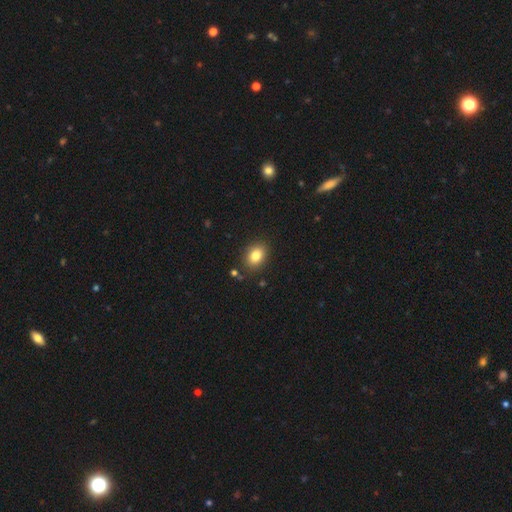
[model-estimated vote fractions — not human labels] Smooth or featured? smooth (83%)
How rounded? in between (71%)
Merging? none (85%)